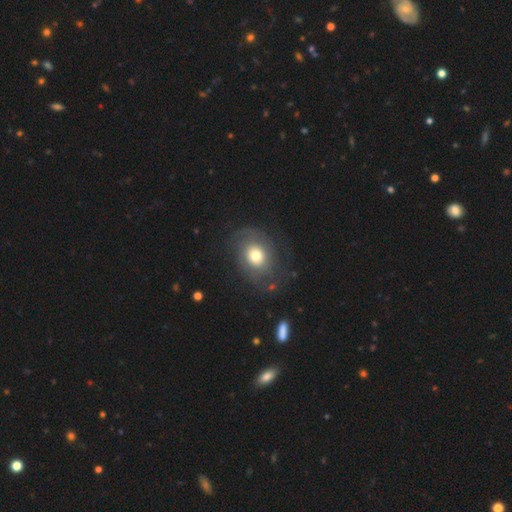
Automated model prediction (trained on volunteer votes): Morphology: type=smooth (49%); merging=none (67%).